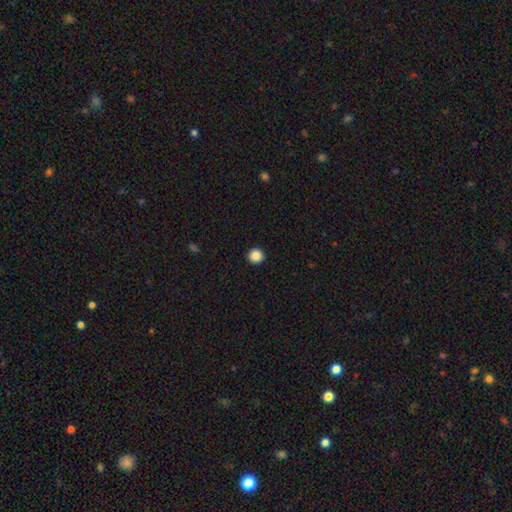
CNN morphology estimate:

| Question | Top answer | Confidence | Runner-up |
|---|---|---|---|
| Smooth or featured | smooth | 87% | star or artifact (10%) |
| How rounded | round | 96% | in between (3%) |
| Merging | none | 94% | minor disturbance (4%) |